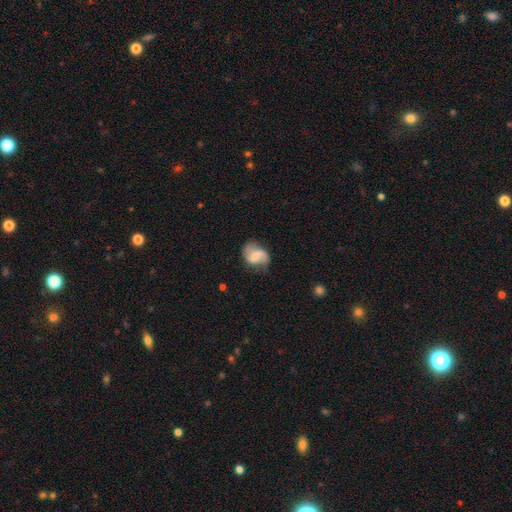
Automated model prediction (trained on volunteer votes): Q: Smooth or featured?
A: featured or disk (63%); runner-up: smooth (30%)
Q: Edge-on disk?
A: no (98%); runner-up: yes (2%)
Q: Bar?
A: weak (49%); runner-up: no (31%)
Q: Spiral arms?
A: yes (90%); runner-up: no (10%)
Q: Spiral winding?
A: loose (53%); runner-up: medium (36%)
Q: Spiral arm count?
A: 2 (84%); runner-up: 1 (7%)
Q: Bulge size?
A: small (39%); runner-up: moderate (33%)
Q: Merging?
A: none (61%); runner-up: minor disturbance (26%)